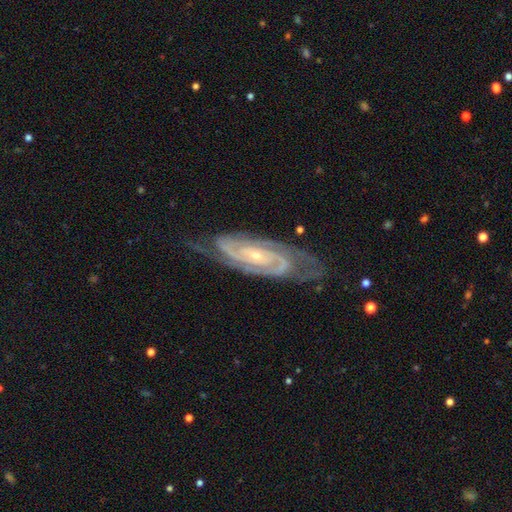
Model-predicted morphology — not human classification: Smooth or featured? Predicted: featured or disk (p=0.91). Edge-on disk? Predicted: no (p=0.93). Bar? Predicted: no (p=0.52). Spiral arms? Predicted: yes (p=0.98). Spiral winding? Predicted: tight (p=0.64). Spiral arm count? Predicted: 2 (p=0.61). Bulge size? Predicted: small (p=0.75). Merging? Predicted: none (p=0.74).